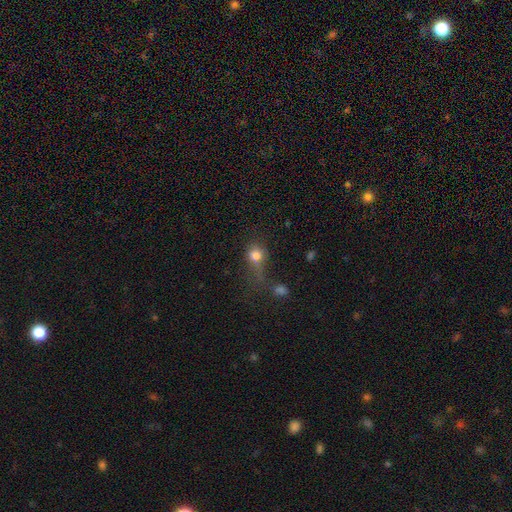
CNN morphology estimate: Smooth or featured? Predicted: smooth (p=0.75). How rounded? Predicted: round (p=0.65). Merging? Predicted: major disturbance (p=0.31).